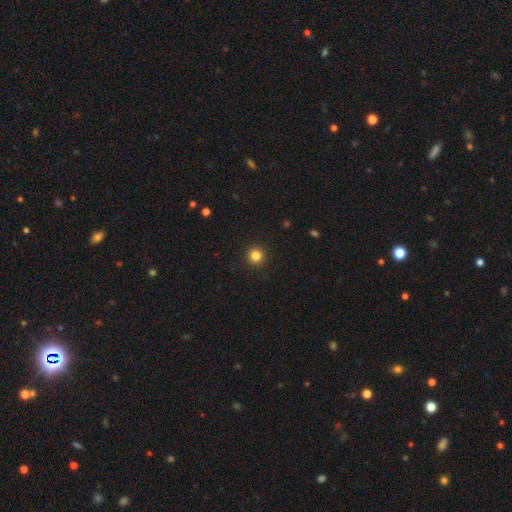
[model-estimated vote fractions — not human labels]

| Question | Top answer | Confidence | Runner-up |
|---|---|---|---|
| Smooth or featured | smooth | 84% | star or artifact (12%) |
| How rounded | round | 95% | in between (4%) |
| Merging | none | 93% | minor disturbance (4%) |